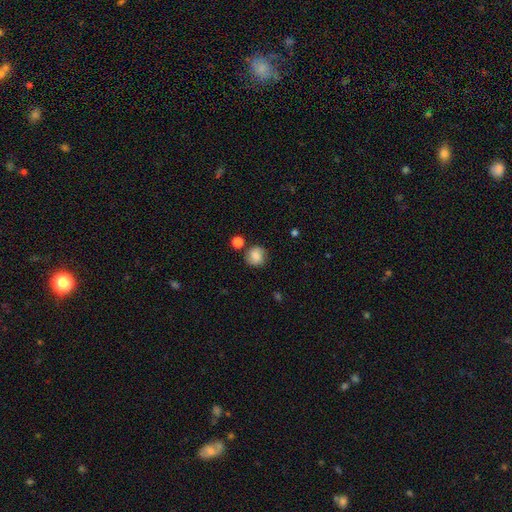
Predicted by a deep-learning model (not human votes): smooth-or-featured: smooth: 79% | featured or disk: 11% | star or artifact: 9%
  how-rounded: round: 86% | in between: 13% | cigar-shaped: 1%
  merging: none: 72% | minor disturbance: 16% | merger: 7% | major disturbance: 5%